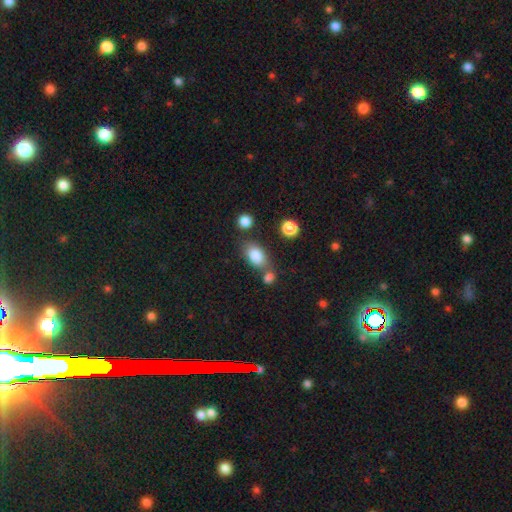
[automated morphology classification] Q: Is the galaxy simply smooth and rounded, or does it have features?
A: smooth — 81%.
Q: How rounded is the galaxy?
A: in between — 85%.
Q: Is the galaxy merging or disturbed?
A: none — 57%.